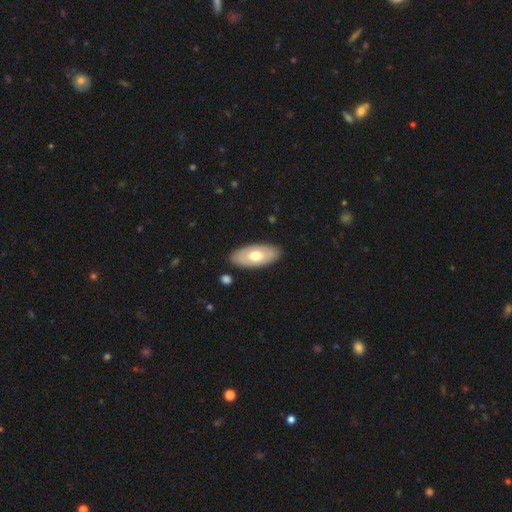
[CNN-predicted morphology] A smooth galaxy with no disk features (55%) that is in between round and cigar-shaped (91%).

Vote fractions:
- Smooth or featured? smooth: 55% / featured or disk: 40% / star or artifact: 5%
- How rounded? in between: 91% / cigar-shaped: 6% / round: 3%
- Merging? none: 87% / minor disturbance: 9% / major disturbance: 2% / merger: 2%